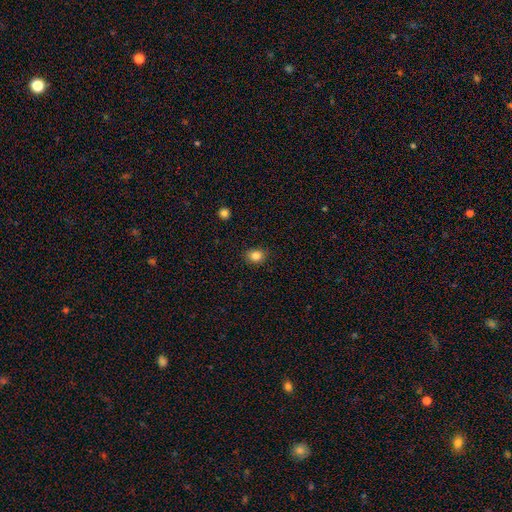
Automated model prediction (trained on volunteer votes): This appears to be a smooth galaxy with no disk features (84%) that is round (61%). Merging: none (86%).